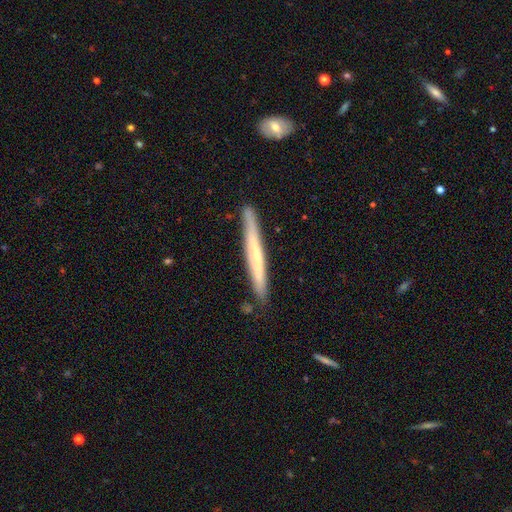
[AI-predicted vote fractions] A featured or disk galaxy (52%) viewed edge-on (94%).

Vote fractions:
- Smooth or featured? featured or disk: 52% / smooth: 43% / star or artifact: 6%
- Edge-on disk? yes: 94% / no: 6%
- Merging? none: 86% / minor disturbance: 10% / merger: 2% / major disturbance: 2%